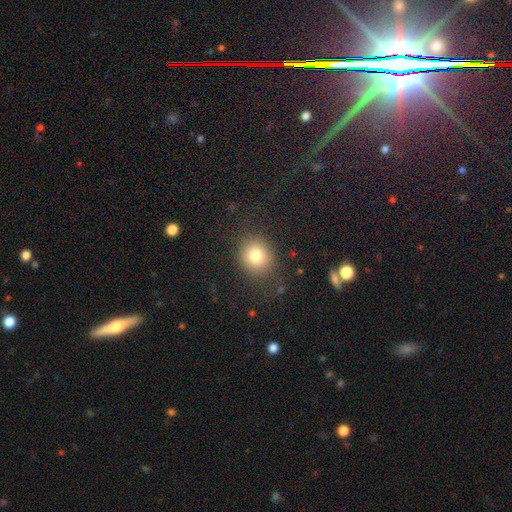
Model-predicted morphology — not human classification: smooth 79%, star or artifact 12%, featured or disk 9%. Down the decision tree: how rounded — round (80%); merging — none (85%).